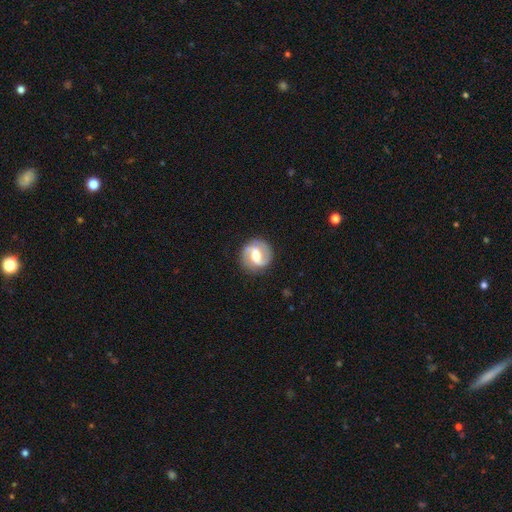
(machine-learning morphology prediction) Q: Smooth or featured?
A: featured or disk (75%); runner-up: smooth (20%)
Q: Edge-on disk?
A: no (97%); runner-up: yes (3%)
Q: Bar?
A: weak (45%); runner-up: strong (38%)
Q: Spiral arms?
A: yes (87%); runner-up: no (13%)
Q: Spiral winding?
A: medium (44%); runner-up: loose (32%)
Q: Spiral arm count?
A: 2 (88%); runner-up: can't tell (5%)
Q: Bulge size?
A: moderate (65%); runner-up: small (16%)
Q: Merging?
A: none (84%); runner-up: minor disturbance (11%)